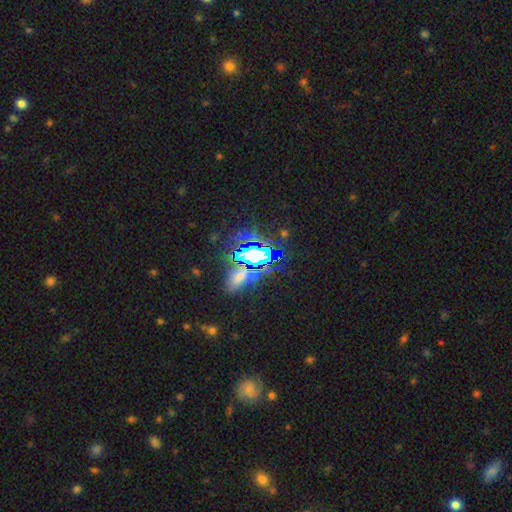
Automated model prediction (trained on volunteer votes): Q: Smooth or featured?
A: star or artifact (70%); runner-up: smooth (18%)